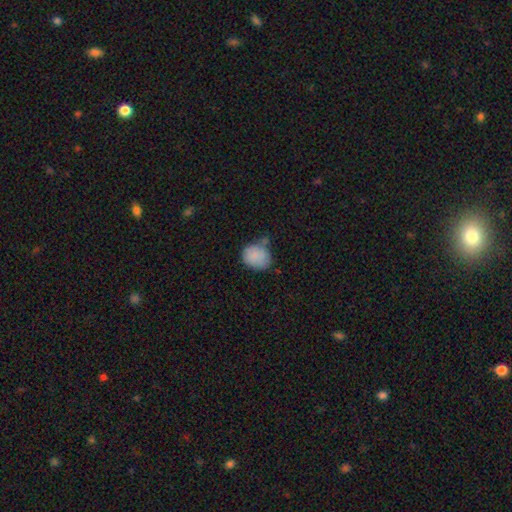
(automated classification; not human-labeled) A smooth galaxy with no disk features (85%) that is round (59%).

Vote fractions:
- Smooth or featured? smooth: 85% / featured or disk: 8% / star or artifact: 8%
- How rounded? round: 59% / in between: 40% / cigar-shaped: 1%
- Merging? none: 50% / minor disturbance: 29% / merger: 13% / major disturbance: 8%